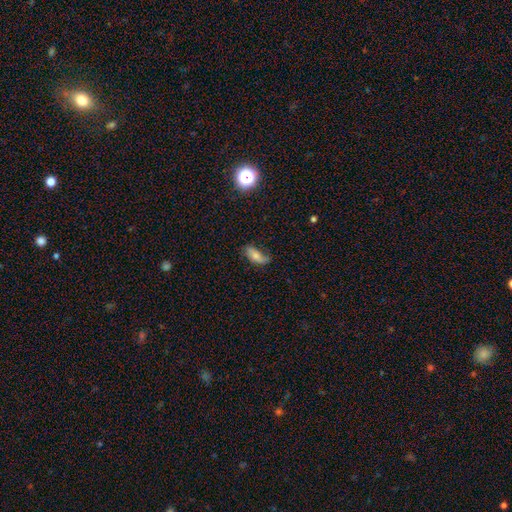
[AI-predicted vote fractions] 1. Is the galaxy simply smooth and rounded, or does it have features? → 66% smooth, 25% featured or disk, 9% star or artifact.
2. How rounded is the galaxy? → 82% in between, 15% cigar-shaped, 3% round.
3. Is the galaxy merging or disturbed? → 57% none, 31% minor disturbance, 9% major disturbance, 2% merger.